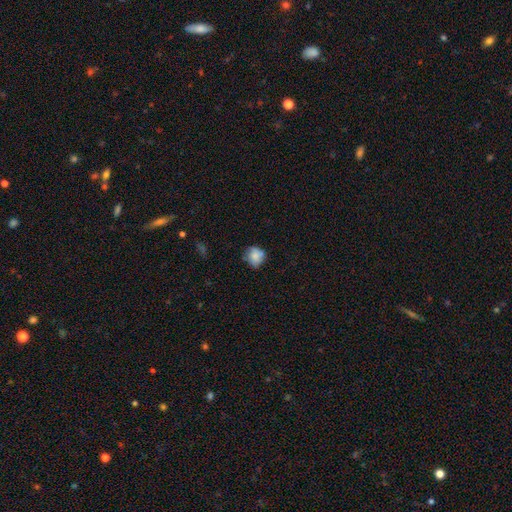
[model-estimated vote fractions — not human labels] Smooth or featured? Predicted: smooth (p=0.76). How rounded? Predicted: round (p=0.78). Merging? Predicted: none (p=0.63).